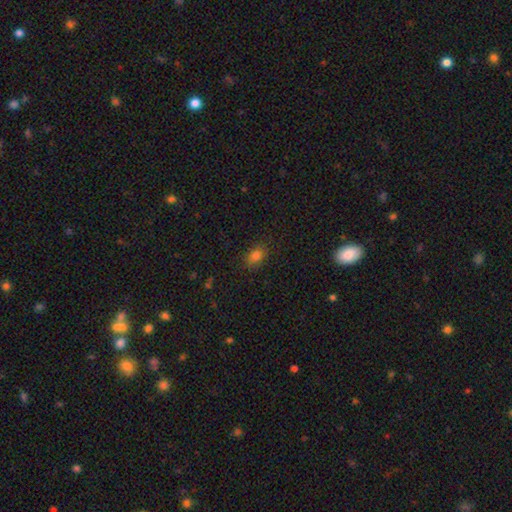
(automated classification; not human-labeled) Smooth or featured: smooth — 79% (star or artifact — 16%)
How rounded: in between — 72% (round — 27%)
Merging: none — 83% (minor disturbance — 13%)